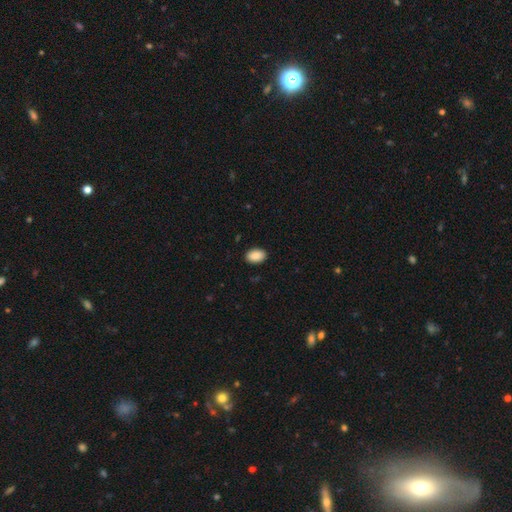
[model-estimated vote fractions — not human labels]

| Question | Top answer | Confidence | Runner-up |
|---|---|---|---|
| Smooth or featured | smooth | 90% | star or artifact (7%) |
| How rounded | in between | 89% | round (10%) |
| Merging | none | 90% | minor disturbance (7%) |